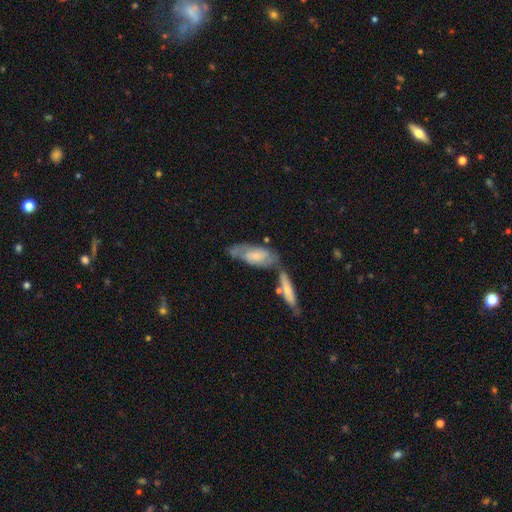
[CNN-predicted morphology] Smooth or featured: featured or disk — 48% (smooth — 46%)
Merging: none — 45% (merger — 24%)